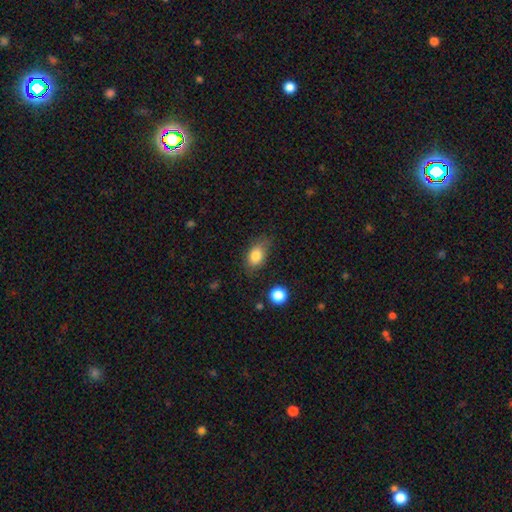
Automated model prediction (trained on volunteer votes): Smooth or featured: smooth — 82% (featured or disk — 9%)
How rounded: in between — 82% (round — 16%)
Merging: none — 70% (minor disturbance — 23%)